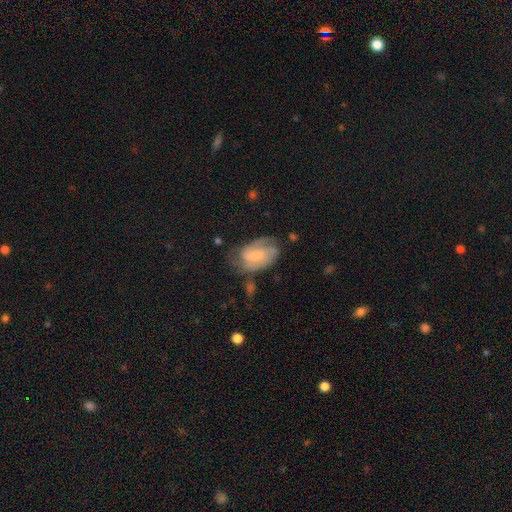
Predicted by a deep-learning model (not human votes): Q: Smooth or featured?
A: featured or disk (67%); runner-up: smooth (27%)
Q: Edge-on disk?
A: no (96%); runner-up: yes (4%)
Q: Bar?
A: weak (50%); runner-up: no (34%)
Q: Spiral arms?
A: yes (88%); runner-up: no (12%)
Q: Spiral winding?
A: medium (43%); runner-up: tight (41%)
Q: Spiral arm count?
A: 2 (56%); runner-up: can't tell (23%)
Q: Bulge size?
A: small (43%); runner-up: moderate (38%)
Q: Merging?
A: none (55%); runner-up: minor disturbance (27%)